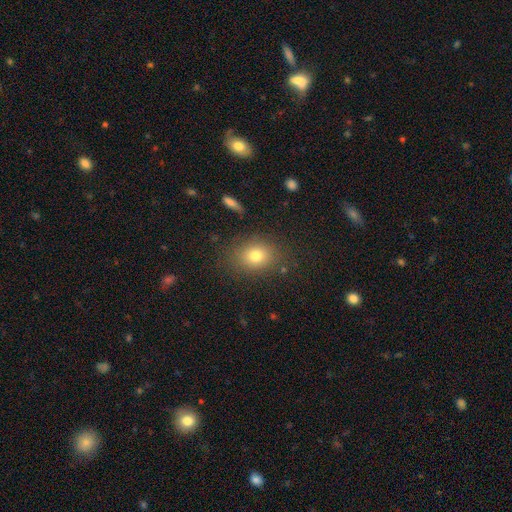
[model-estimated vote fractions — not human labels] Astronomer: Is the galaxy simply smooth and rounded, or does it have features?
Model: smooth — 76%.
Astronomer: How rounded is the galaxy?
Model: in between — 54% (runner-up: round, 45%).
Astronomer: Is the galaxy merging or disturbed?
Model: none — 83%.